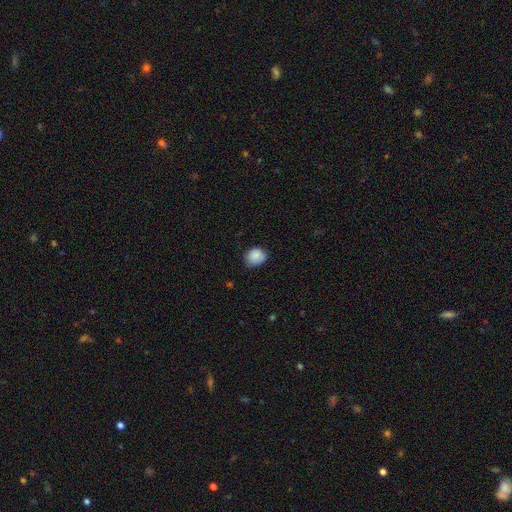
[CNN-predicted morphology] A smooth galaxy with no disk features (87%) that is round (71%).

Vote fractions:
- Smooth or featured? smooth: 87% / star or artifact: 8% / featured or disk: 4%
- How rounded? round: 71% / in between: 28% / cigar-shaped: 1%
- Merging? none: 64% / minor disturbance: 30% / major disturbance: 5% / merger: 1%